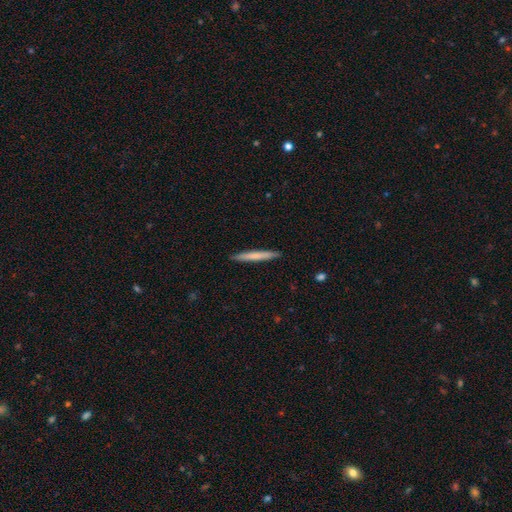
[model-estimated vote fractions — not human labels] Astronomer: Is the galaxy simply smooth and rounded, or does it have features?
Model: smooth — 67%.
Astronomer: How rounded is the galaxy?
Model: cigar-shaped — 97%.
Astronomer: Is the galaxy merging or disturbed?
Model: none — 92%.